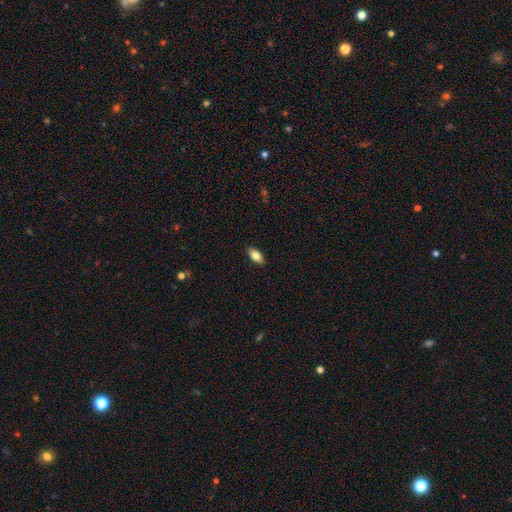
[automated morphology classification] Smooth or featured?
  - smooth: 79% *
  - featured or disk: 14%
  - star or artifact: 7%
How rounded?
  - in between: 88% *
  - cigar-shaped: 9%
  - round: 3%
Merging?
  - none: 88% *
  - minor disturbance: 9%
  - major disturbance: 2%
  - merger: 1%